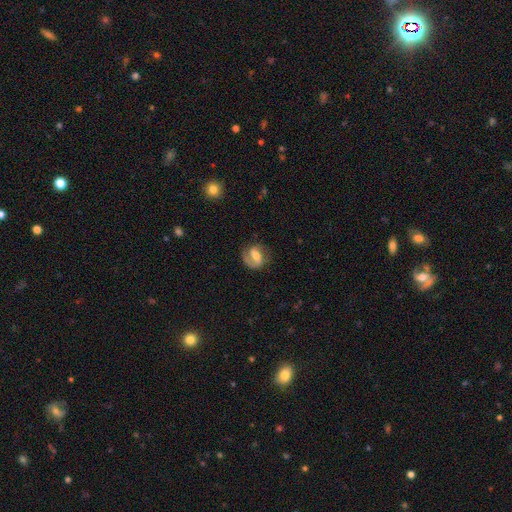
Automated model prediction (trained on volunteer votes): smooth_or_featured: featured or disk (p=0.70) [alt: smooth p=0.24]
disk_edge_on: no (p=0.97) [alt: yes p=0.03]
bar: weak (p=0.45) [alt: strong p=0.33]
has_spiral_arms: yes (p=0.90) [alt: no p=0.10]
spiral_winding: medium (p=0.45) [alt: tight p=0.30]
spiral_arm_count: 2 (p=0.59) [alt: 1 p=0.32]
bulge_size: moderate (p=0.55) [alt: small p=0.27]
merging: none (p=0.69) [alt: minor disturbance p=0.18]